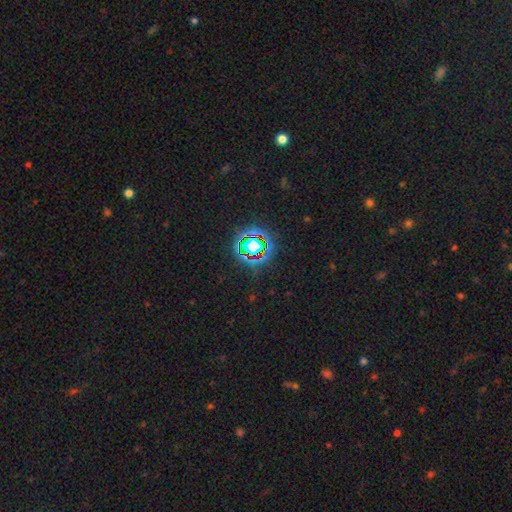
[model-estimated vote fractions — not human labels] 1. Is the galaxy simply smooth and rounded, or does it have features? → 77% star or artifact, 14% smooth, 9% featured or disk.